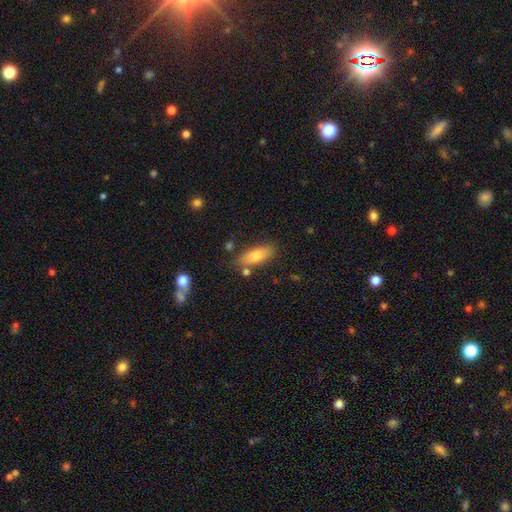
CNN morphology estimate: smooth_or_featured: smooth (p=0.83) [alt: featured or disk p=0.11]
how_rounded: in between (p=0.74) [alt: cigar-shaped p=0.23]
merging: none (p=0.73) [alt: minor disturbance p=0.16]